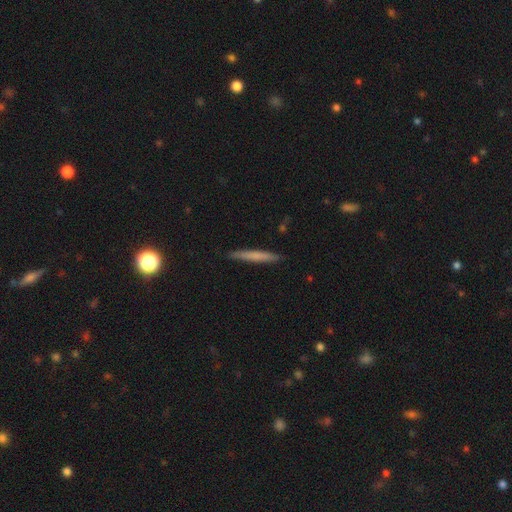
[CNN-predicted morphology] smooth_or_featured: smooth (p=0.66) [alt: featured or disk p=0.28]
how_rounded: cigar-shaped (p=0.96) [alt: in between p=0.03]
merging: none (p=0.90) [alt: minor disturbance p=0.07]